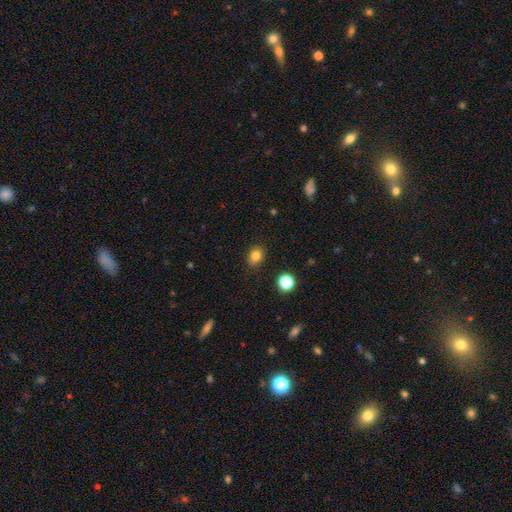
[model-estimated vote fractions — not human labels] Morphology: type=smooth (82%); roundness=in between (52%); merging=none (85%).